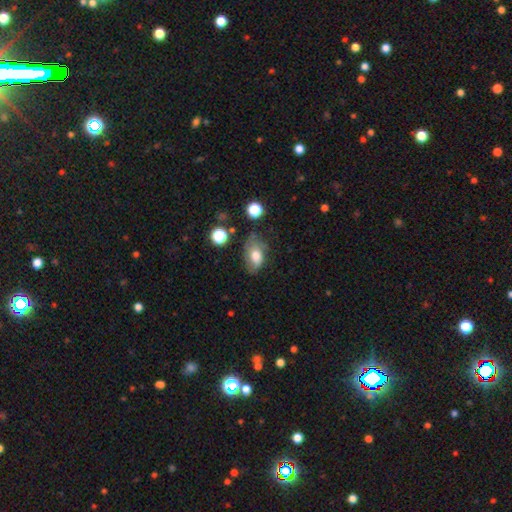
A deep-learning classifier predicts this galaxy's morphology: A smooth galaxy with no disk features (66%) that is in between round and cigar-shaped (88%). Merging: none (49%).